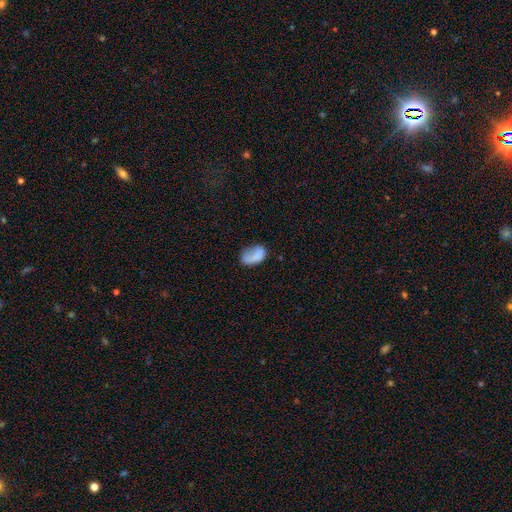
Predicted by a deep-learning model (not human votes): smooth_or_featured: smooth (p=0.73) [alt: featured or disk p=0.19]
how_rounded: in between (p=0.88) [alt: round p=0.10]
merging: none (p=0.42) [alt: minor disturbance p=0.28]